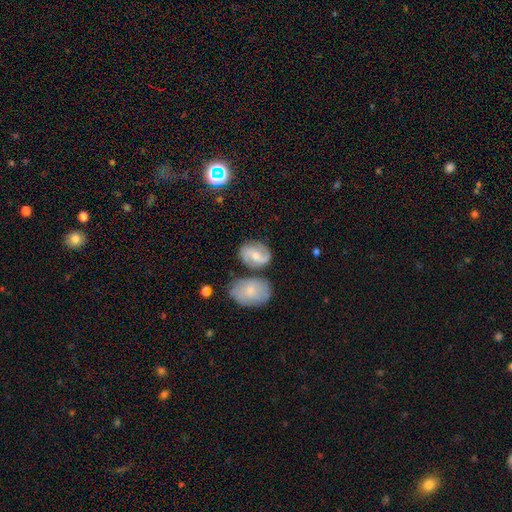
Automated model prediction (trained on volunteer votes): Overall: featured or disk (65%; smooth 28%). Edge-on disk: no (96%). Bar: weak (43%, tied with no). Spiral arms: yes (87%). Spiral arm count: 2 (83%). Spiral winding: medium (44%; loose 37%). Bulge size: moderate (49%; small 45%). Merging: none (61%).